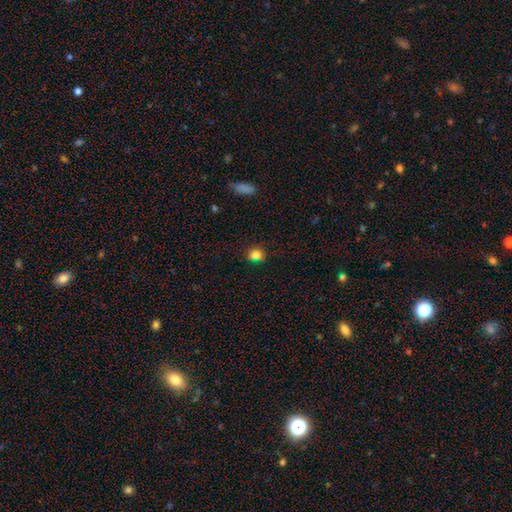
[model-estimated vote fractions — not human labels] Smooth or featured? smooth (80%)
How rounded? round (73%)
Merging? none (75%)